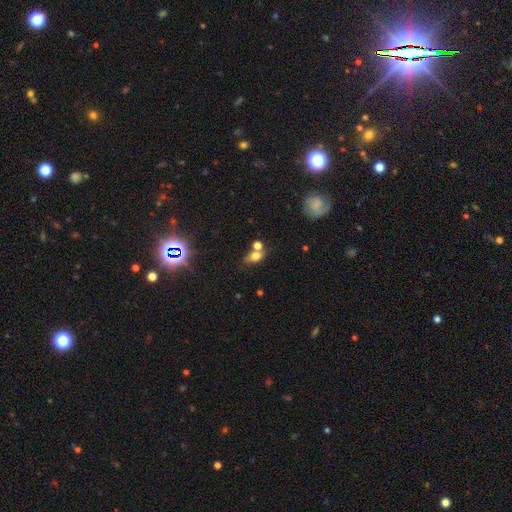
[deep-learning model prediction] A smooth galaxy with no disk features (70%) that is in between round and cigar-shaped (69%). Merging: merger (39%, tied with none).